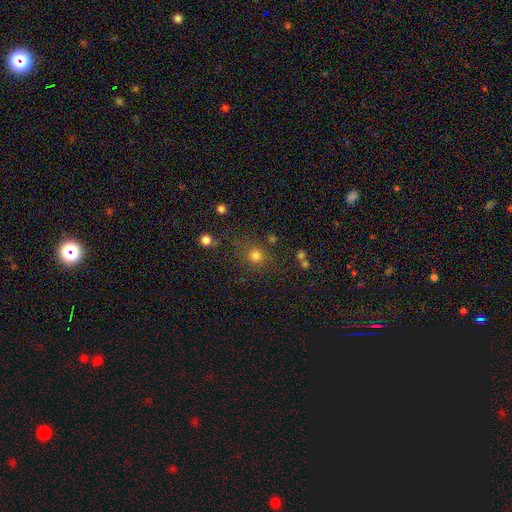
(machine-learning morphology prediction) This is likely a smooth galaxy (77%). How rounded: clearly round (88%). Merging: likely none (76%).